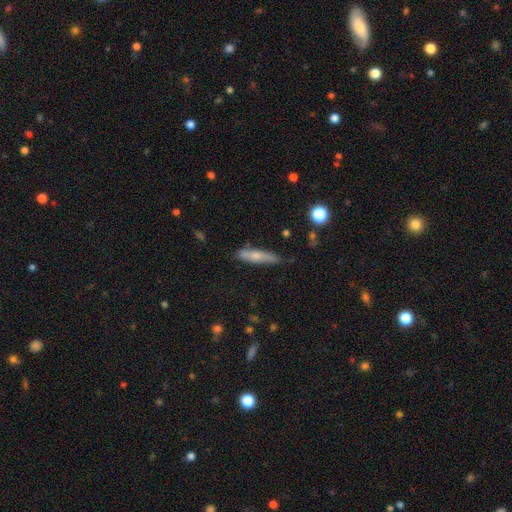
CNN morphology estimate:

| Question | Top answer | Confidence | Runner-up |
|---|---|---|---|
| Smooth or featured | smooth | 65% | featured or disk (28%) |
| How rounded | cigar-shaped | 78% | in between (20%) |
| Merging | none | 68% | minor disturbance (24%) |